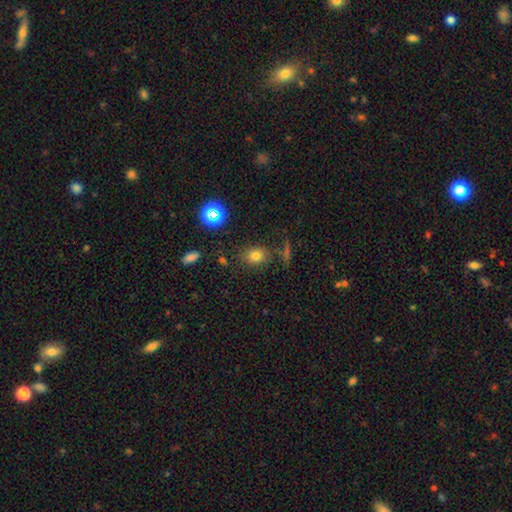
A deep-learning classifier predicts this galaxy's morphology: smooth_or_featured: smooth (p=0.73) [alt: star or artifact p=0.18]
how_rounded: round (p=0.50) [alt: in between p=0.49]
merging: none (p=0.78) [alt: minor disturbance p=0.12]